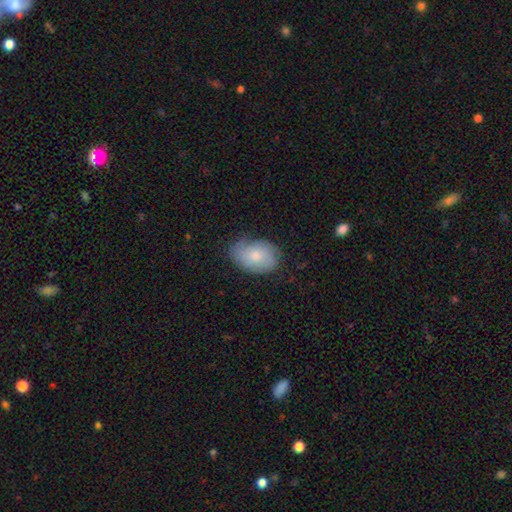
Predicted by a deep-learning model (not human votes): This appears to be a smooth galaxy with no disk features (67%) that is in between round and cigar-shaped (85%). Merging: none (69%).